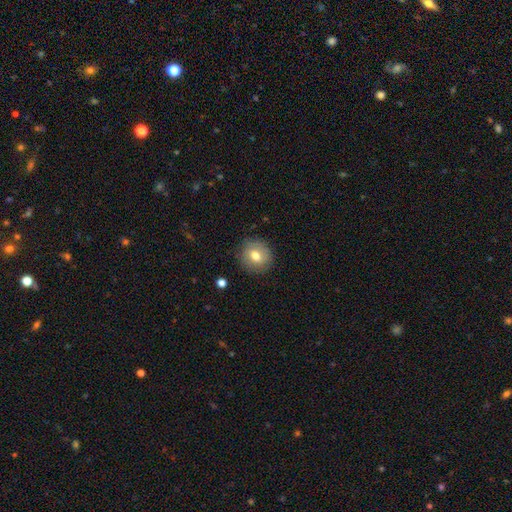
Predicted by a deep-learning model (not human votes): smooth-or-featured: smooth: 71% | featured or disk: 20% | star or artifact: 9%
  how-rounded: round: 86% | in between: 13% | cigar-shaped: 1%
  merging: none: 85% | minor disturbance: 10% | major disturbance: 3% | merger: 1%